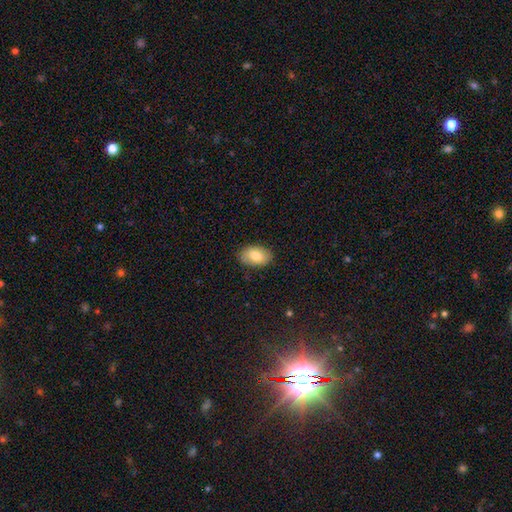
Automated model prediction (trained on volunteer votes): Overall: smooth (79%). How rounded: in between (90%). Merging: none (85%).